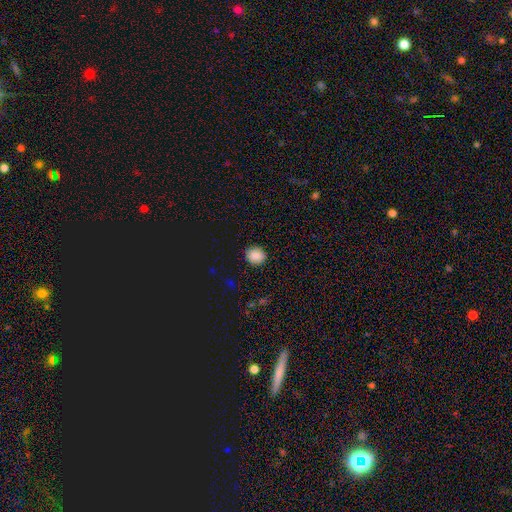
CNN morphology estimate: Smooth or featured? Predicted: smooth (p=0.86). How rounded? Predicted: round (p=0.84). Merging? Predicted: none (p=0.91).